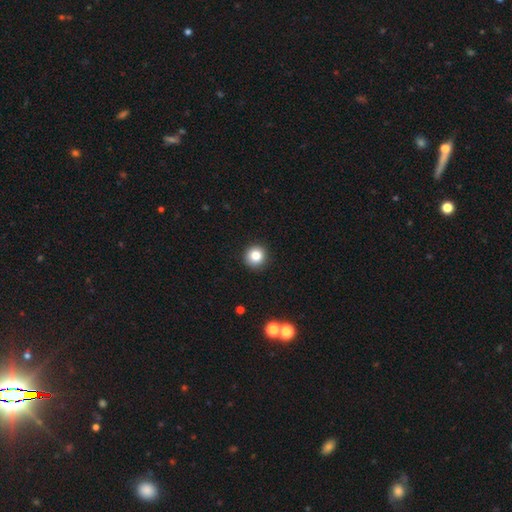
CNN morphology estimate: Overall: smooth (82%). How rounded: round (94%). Merging: none (92%).